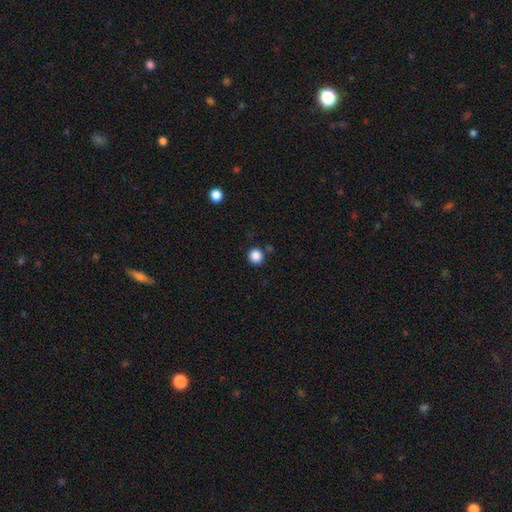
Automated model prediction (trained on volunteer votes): Smooth or featured?
  - smooth: 86% *
  - star or artifact: 11%
  - featured or disk: 3%
How rounded?
  - round: 94% *
  - in between: 5%
  - cigar-shaped: 1%
Merging?
  - none: 86% *
  - minor disturbance: 7%
  - merger: 4%
  - major disturbance: 2%